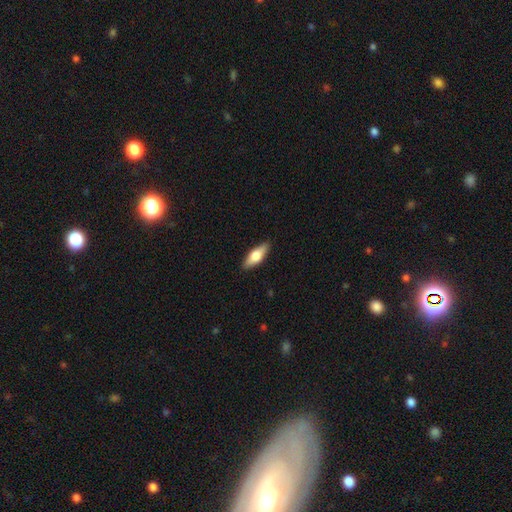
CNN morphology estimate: This is possibly a smooth galaxy (57%). How rounded: likely in between (62%). Merging: clearly none (89%).